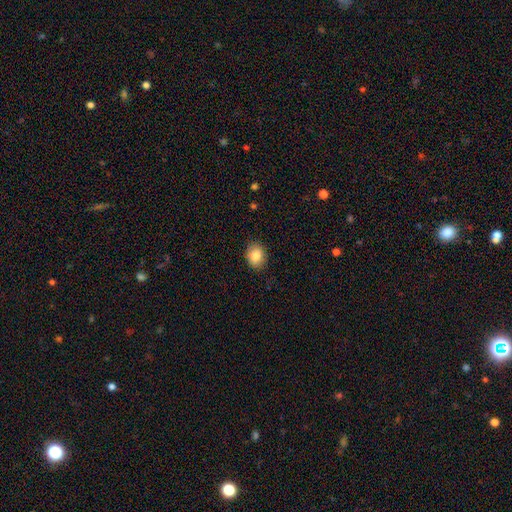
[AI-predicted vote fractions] Morphology: type=smooth (84%); roundness=in between (52%); merging=none (87%).